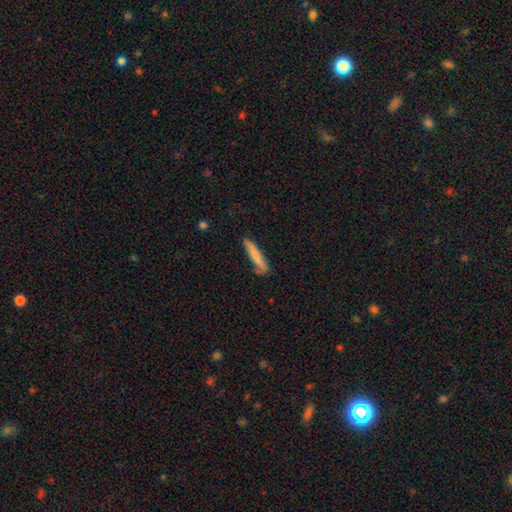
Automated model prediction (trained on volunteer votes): A smooth galaxy with no disk features (76%) that is cigar-shaped (92%). Merging: none (80%).